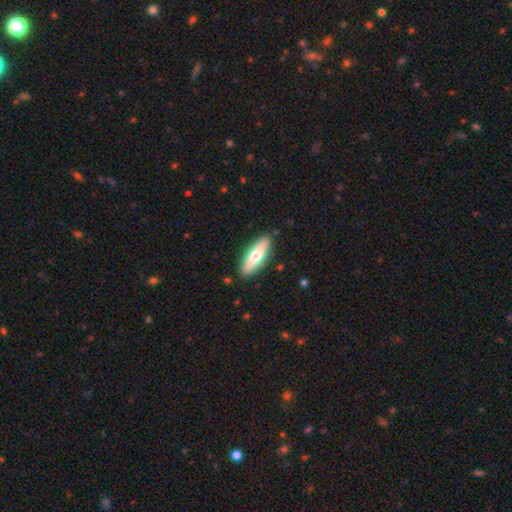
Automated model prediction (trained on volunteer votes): This appears to be a smooth galaxy with no disk features (57%) that is cigar-shaped (54%). Merging: none (88%).